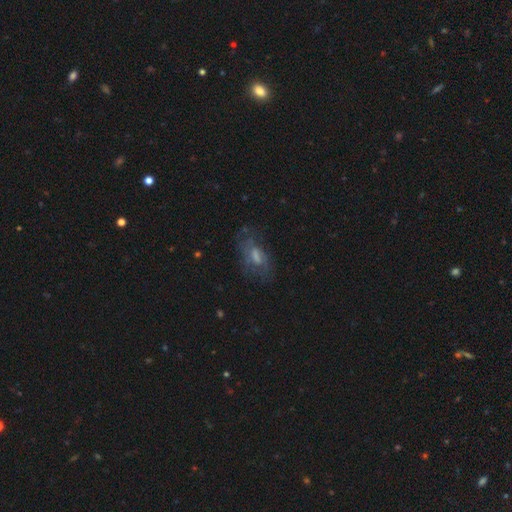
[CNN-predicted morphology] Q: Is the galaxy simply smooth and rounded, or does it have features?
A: featured or disk — 47%.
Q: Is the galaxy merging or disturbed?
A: none — 62%.